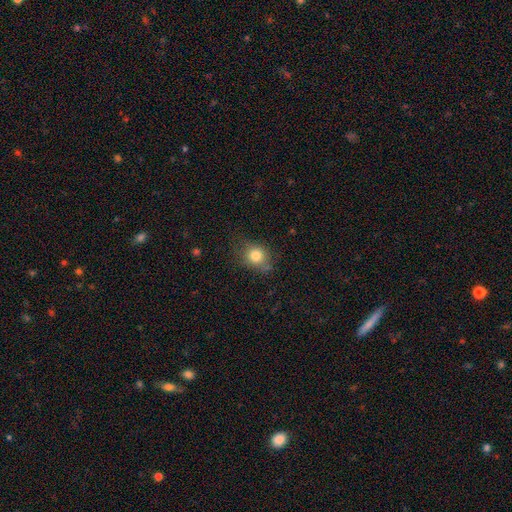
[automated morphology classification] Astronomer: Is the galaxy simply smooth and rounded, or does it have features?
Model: smooth — 81%.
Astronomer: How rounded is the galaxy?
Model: round — 67%.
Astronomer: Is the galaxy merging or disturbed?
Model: none — 64%.